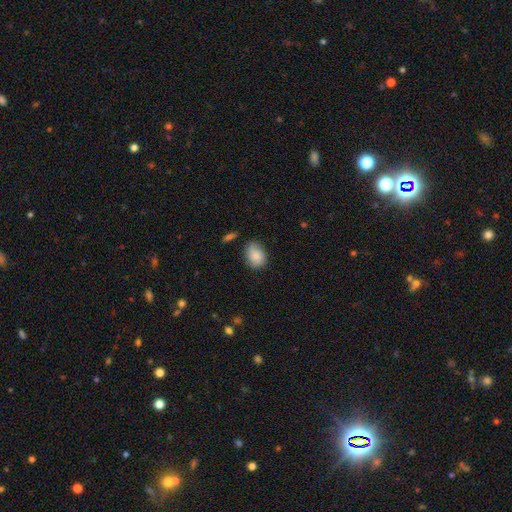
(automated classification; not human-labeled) Overall: smooth (78%). How rounded: in between (63%; round 36%). Merging: none (66%).